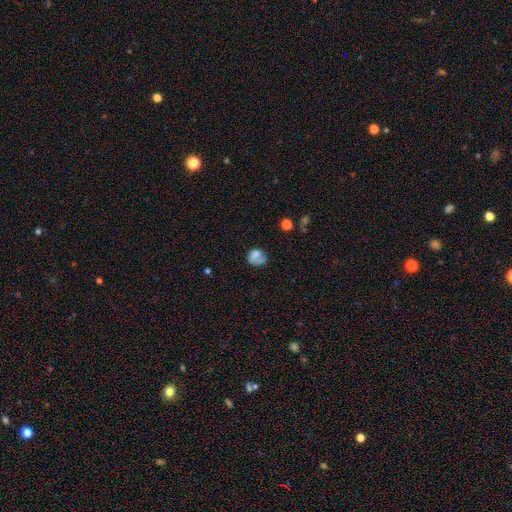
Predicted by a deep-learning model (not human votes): Smooth or featured? Predicted: smooth (p=0.66). How rounded? Predicted: round (p=0.60). Merging? Predicted: none (p=0.42).